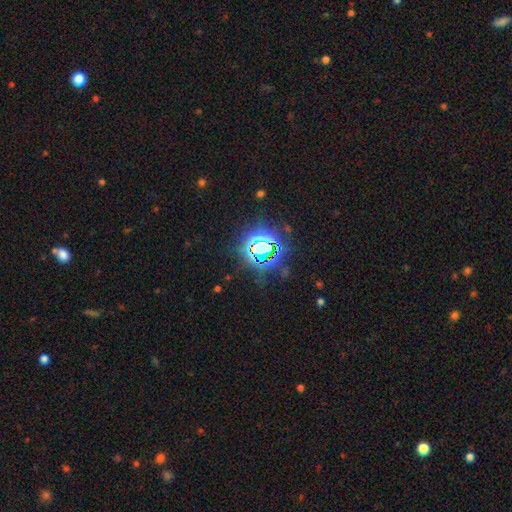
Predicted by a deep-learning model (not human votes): smooth-or-featured: star or artifact: 79% | smooth: 13% | featured or disk: 9%